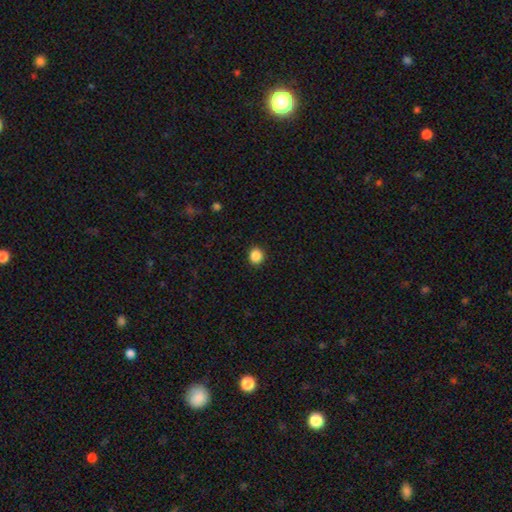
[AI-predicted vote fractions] The model was most divided on "smooth or featured": smooth: 87%, star or artifact: 10%, featured or disk: 3%. More confident: merging — none (92%); how rounded — round (88%).